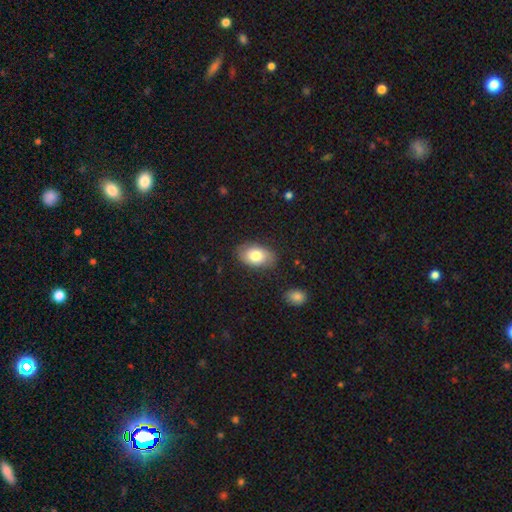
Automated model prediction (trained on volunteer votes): This is likely a smooth galaxy (78%). How rounded: clearly in between (90%). Merging: clearly none (82%).